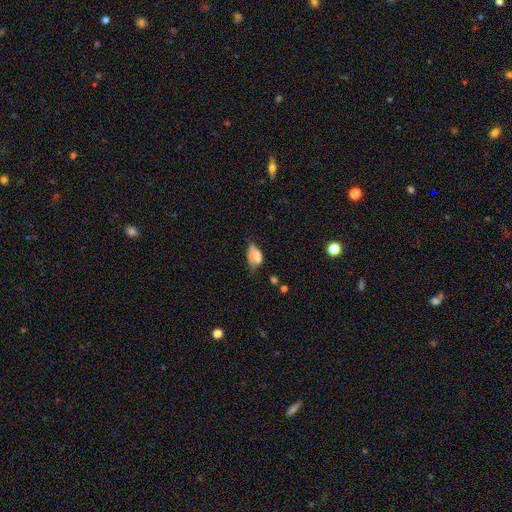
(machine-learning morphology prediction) A smooth galaxy with no disk features (60%) that is in between round and cigar-shaped (87%).

Vote fractions:
- Smooth or featured? smooth: 60% / featured or disk: 28% / star or artifact: 12%
- How rounded? in between: 87% / round: 9% / cigar-shaped: 4%
- Merging? minor disturbance: 29% / major disturbance: 26% / none: 26% / merger: 19%